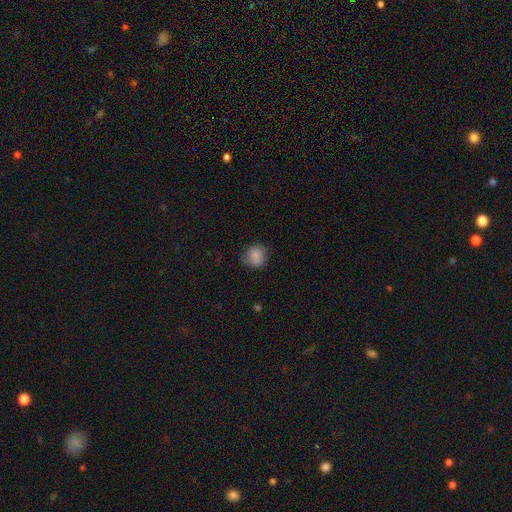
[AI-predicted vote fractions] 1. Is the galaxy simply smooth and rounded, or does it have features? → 84% smooth, 9% star or artifact, 7% featured or disk.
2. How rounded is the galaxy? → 82% round, 17% in between, 1% cigar-shaped.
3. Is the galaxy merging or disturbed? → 70% none, 22% minor disturbance, 6% major disturbance, 1% merger.